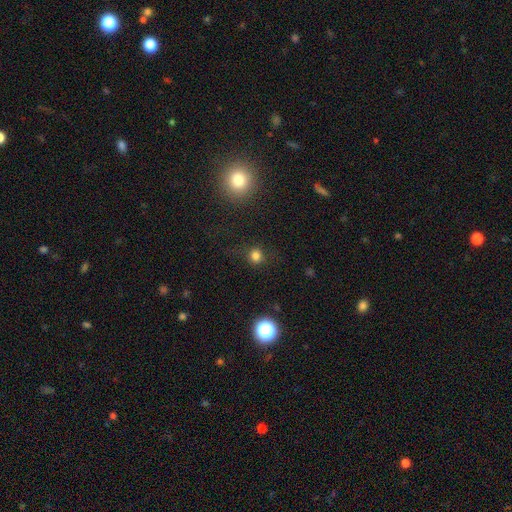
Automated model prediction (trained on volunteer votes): A smooth galaxy with no disk features (77%) that is round (86%). Merging: none (81%).